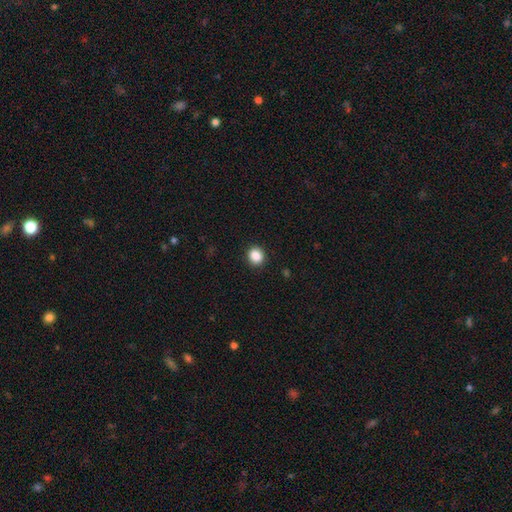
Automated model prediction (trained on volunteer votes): Overall: smooth (88%). How rounded: round (74%). Merging: none (90%).